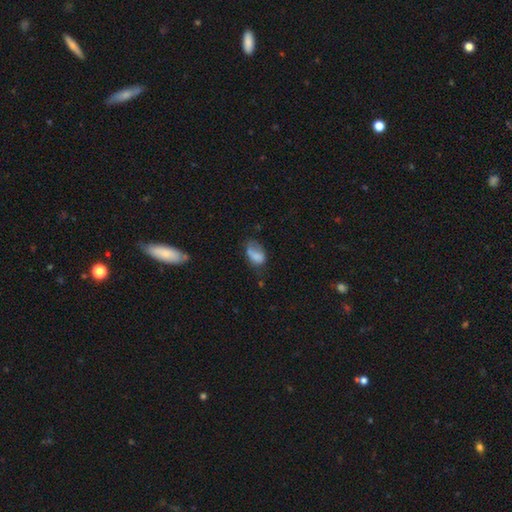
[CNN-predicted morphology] type=smooth (70%); roundness=in between (87%); merging=minor disturbance (32%, tied with none).